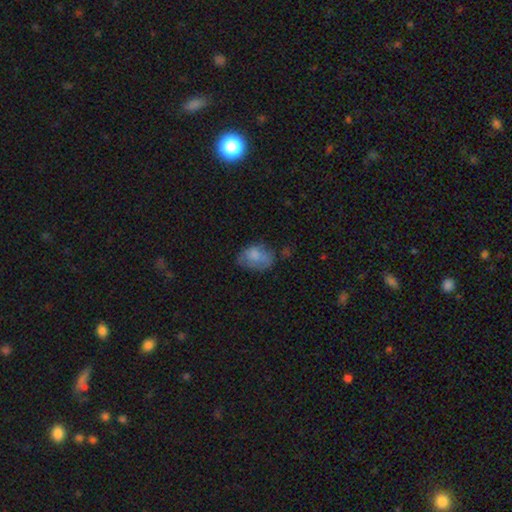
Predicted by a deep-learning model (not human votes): smooth 69%, featured or disk 22%, star or artifact 9%. Down the decision tree: how rounded — in between (80%); merging — none (43%).